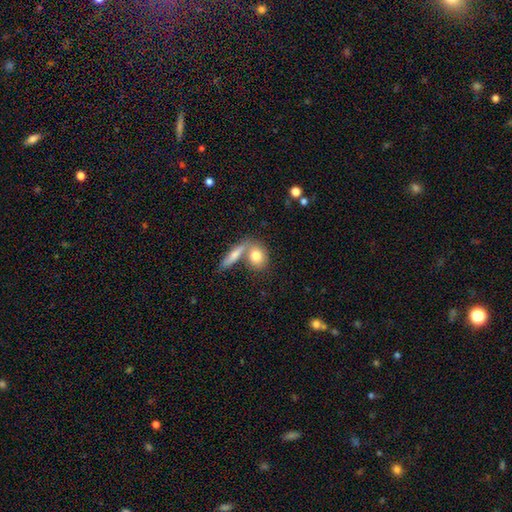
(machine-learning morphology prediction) smooth 78%, featured or disk 16%, star or artifact 7%. Down the decision tree: how rounded — in between (49%); merging — none (47%).